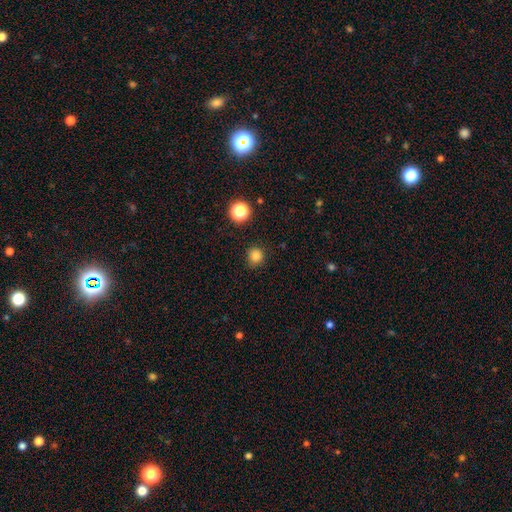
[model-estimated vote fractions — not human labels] Smooth or featured? smooth (82%)
How rounded? round (91%)
Merging? none (87%)